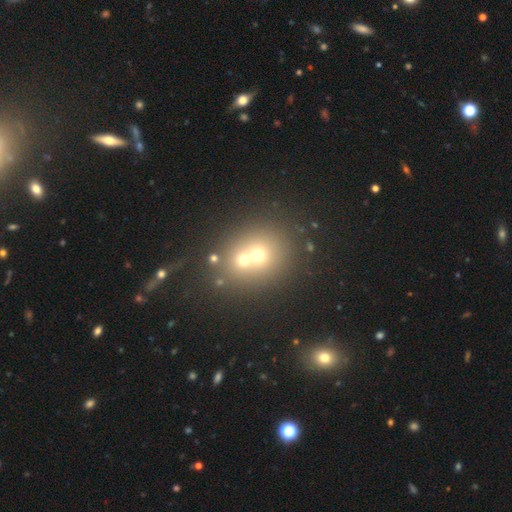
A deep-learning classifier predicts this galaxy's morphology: Q: Smooth or featured?
A: smooth (53%); runner-up: star or artifact (28%)
Q: How rounded?
A: round (77%); runner-up: in between (22%)
Q: Merging?
A: merger (48%); runner-up: none (41%)